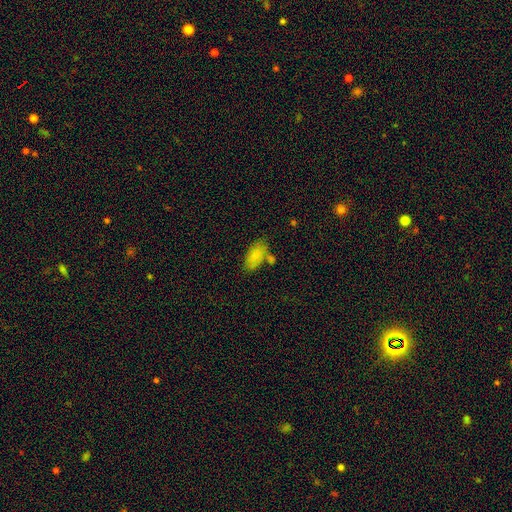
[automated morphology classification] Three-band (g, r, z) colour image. It shows a smooth galaxy with no disk features (83%) that is in between round and cigar-shaped (93%). Merging: none (58%).